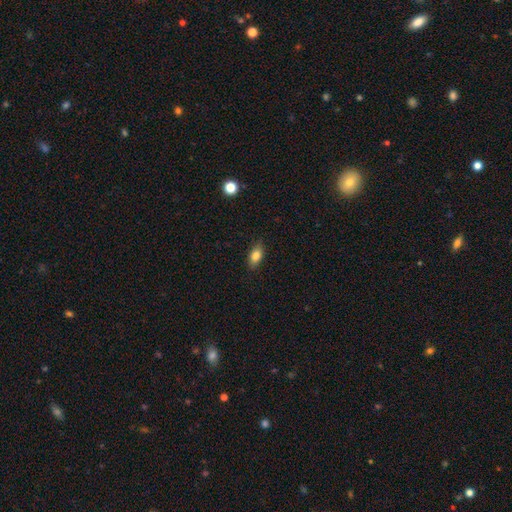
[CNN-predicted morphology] A smooth galaxy with no disk features (82%) that is in between round and cigar-shaped (86%). Merging: none (86%).